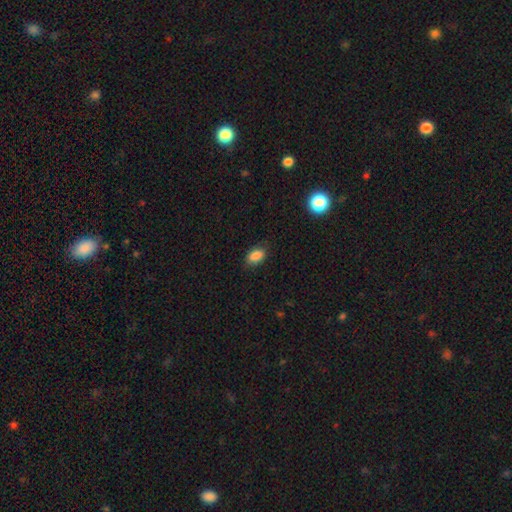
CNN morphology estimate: Q: Smooth or featured?
A: smooth (86%); runner-up: star or artifact (9%)
Q: How rounded?
A: in between (88%); runner-up: round (9%)
Q: Merging?
A: none (81%); runner-up: minor disturbance (15%)